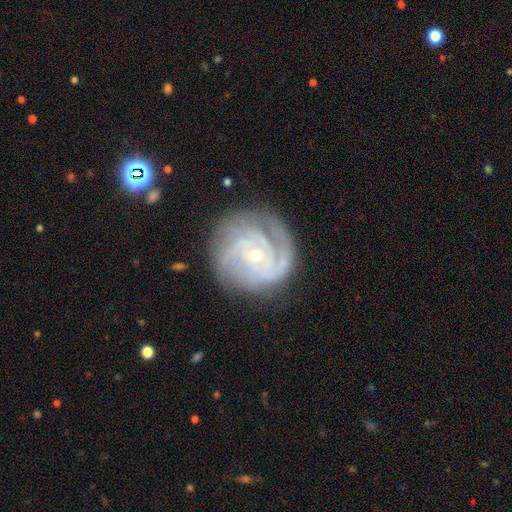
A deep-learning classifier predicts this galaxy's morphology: A featured or disk galaxy (87%) with no bar (68%), 3 (32%) tight (68%) spiral arms (97%) and a small central bulge (76%). Merging: none (76%).